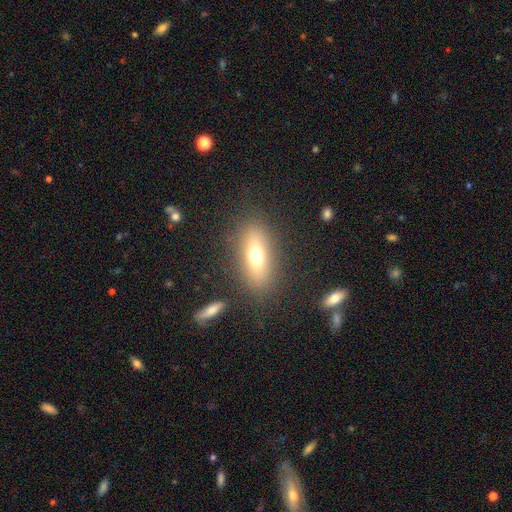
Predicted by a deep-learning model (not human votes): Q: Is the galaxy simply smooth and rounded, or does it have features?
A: smooth — 62%.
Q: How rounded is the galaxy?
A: in between — 69%.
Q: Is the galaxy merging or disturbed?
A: none — 83%.